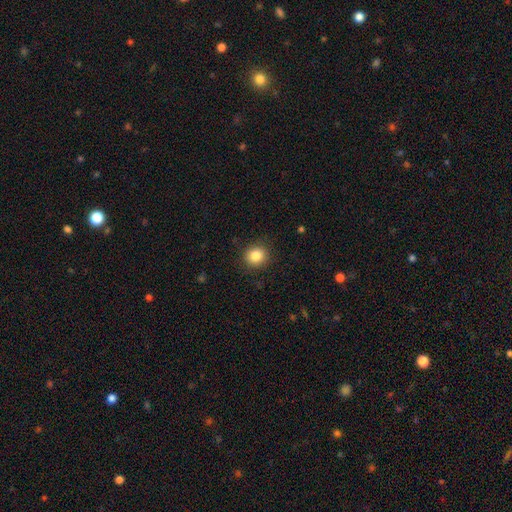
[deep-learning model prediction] Smooth or featured?
  - smooth: 84% *
  - star or artifact: 10%
  - featured or disk: 5%
How rounded?
  - round: 86% *
  - in between: 13%
  - cigar-shaped: 1%
Merging?
  - none: 90% *
  - minor disturbance: 7%
  - major disturbance: 2%
  - merger: 1%